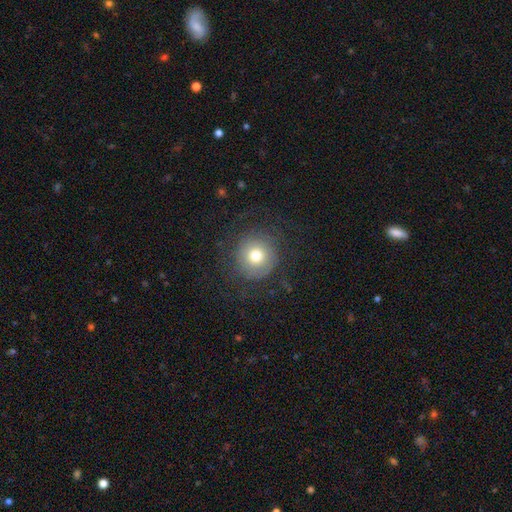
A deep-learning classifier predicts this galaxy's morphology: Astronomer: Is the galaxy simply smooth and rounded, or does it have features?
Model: smooth — 65%.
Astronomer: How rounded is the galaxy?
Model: round — 93%.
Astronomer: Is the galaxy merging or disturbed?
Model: none — 76%.